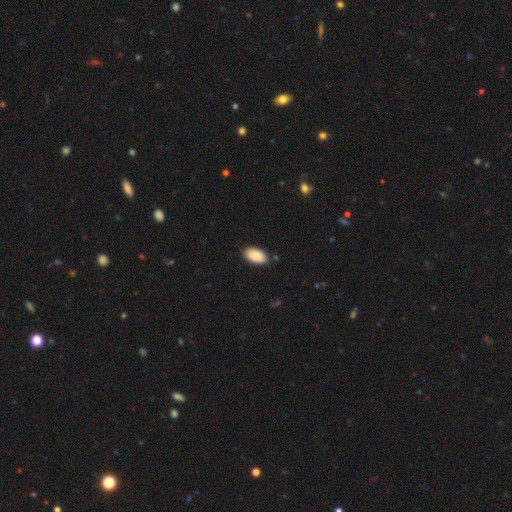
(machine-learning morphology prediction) This appears to be a smooth galaxy with no disk features (88%) that is in between round and cigar-shaped (95%). Merging: none (87%).